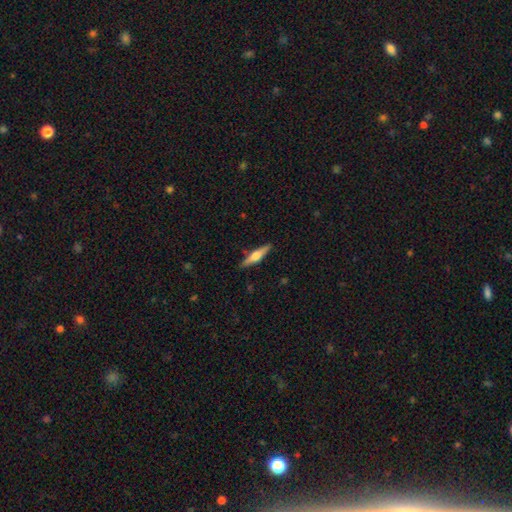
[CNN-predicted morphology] The model was most divided on "smooth or featured": featured or disk: 60%, smooth: 34%, star or artifact: 6%. More confident: edge-on disk — yes (97%); merging — none (88%); edge-on bulge — rounded (87%).